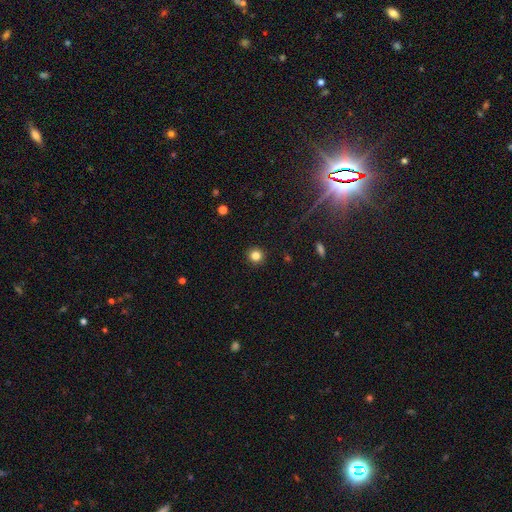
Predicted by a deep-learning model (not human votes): Smooth or featured? Predicted: smooth (p=0.82). How rounded? Predicted: round (p=0.95). Merging? Predicted: none (p=0.93).